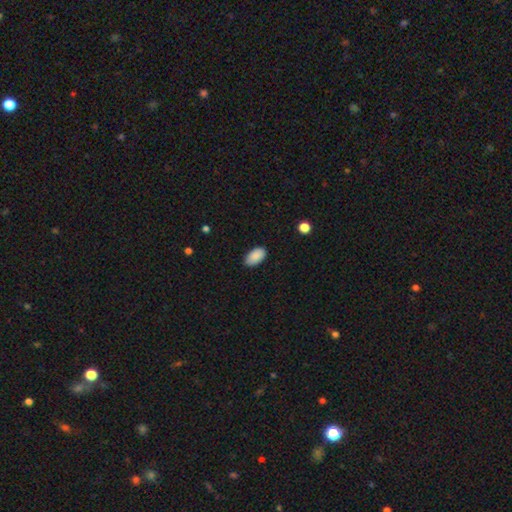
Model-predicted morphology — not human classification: This appears to be a smooth galaxy with no disk features (89%) that is in between round and cigar-shaped (95%). Merging: none (84%).